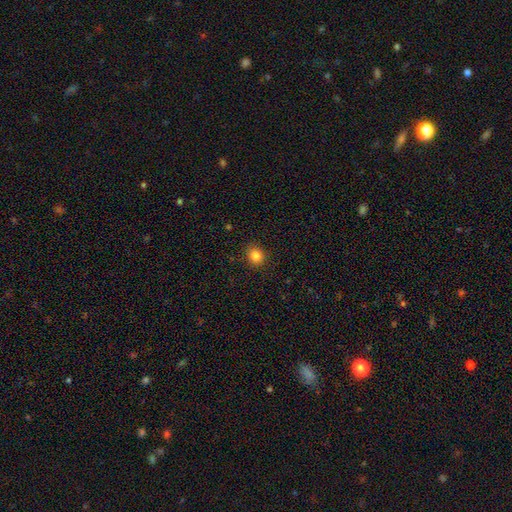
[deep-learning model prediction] smooth 84%, star or artifact 11%, featured or disk 5%. Down the decision tree: how rounded — round (78%); merging — none (90%).